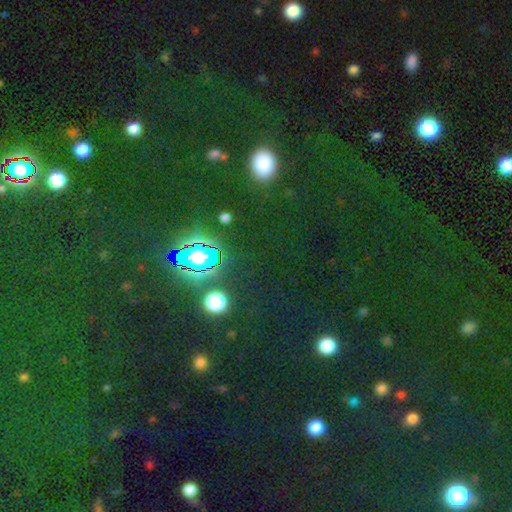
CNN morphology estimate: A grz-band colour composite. It shows a star or artifact, not a galaxy (67%).